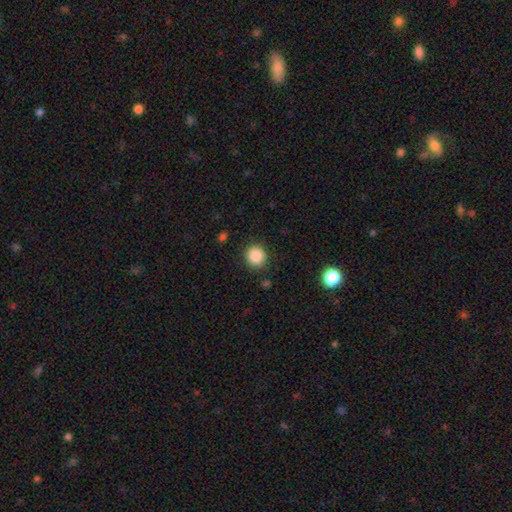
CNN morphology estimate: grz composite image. It shows a smooth galaxy with no disk features (87%) that is round (92%). Merging: none (90%).